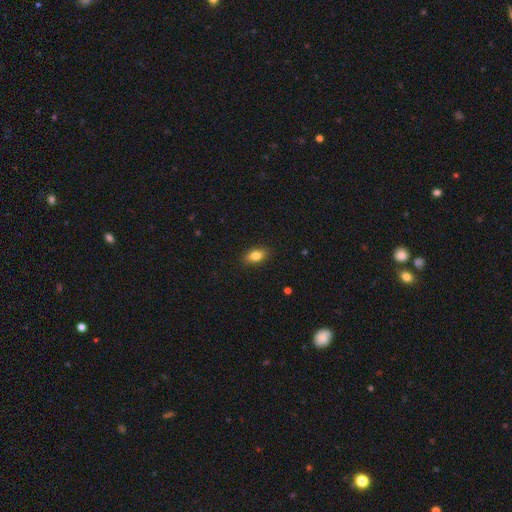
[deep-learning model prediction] Overall: smooth (81%). How rounded: in between (85%). Merging: none (88%).